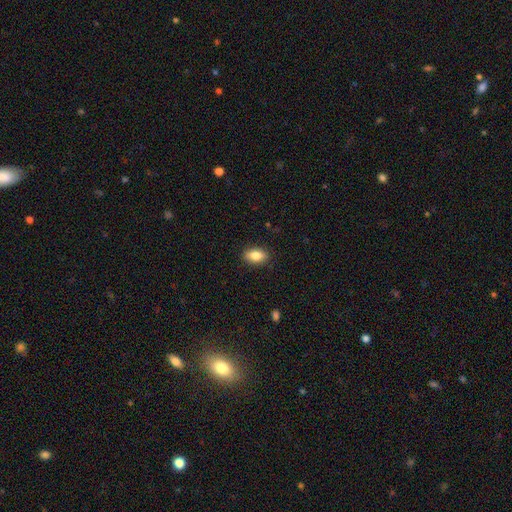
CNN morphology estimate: type=smooth (79%); roundness=in between (85%); merging=none (88%).